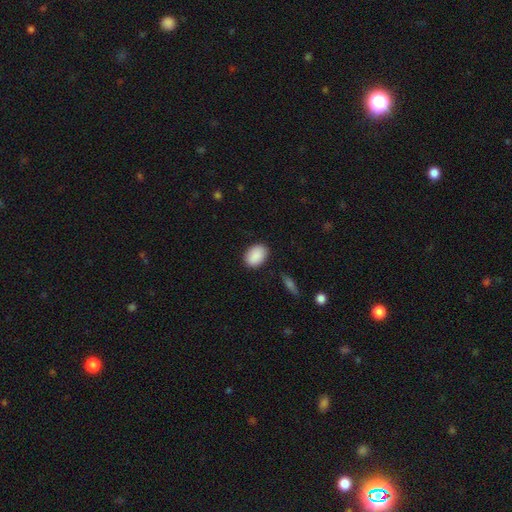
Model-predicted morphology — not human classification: The model was most divided on "how rounded": in between: 77%, round: 22%, cigar-shaped: 1%. More confident: smooth or featured — smooth (90%); merging — none (87%).